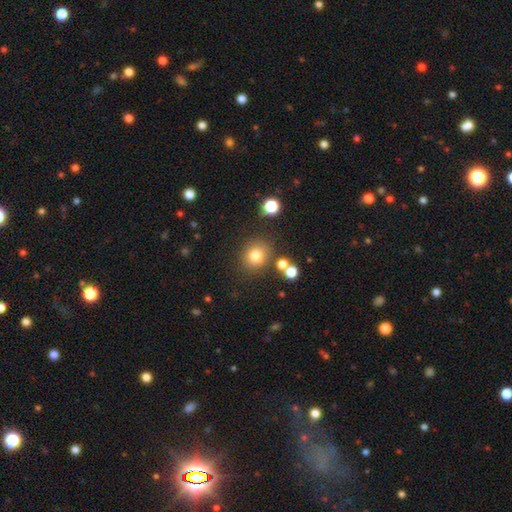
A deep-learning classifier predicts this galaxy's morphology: The model was most divided on "how rounded": round: 80%, in between: 19%, cigar-shaped: 1%. More confident: merging — none (79%); smooth or featured — smooth (78%).